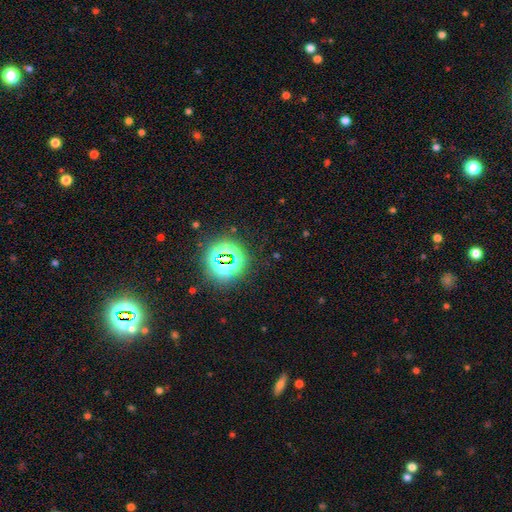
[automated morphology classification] smooth_or_featured: star or artifact (p=0.80) [alt: smooth p=0.12]